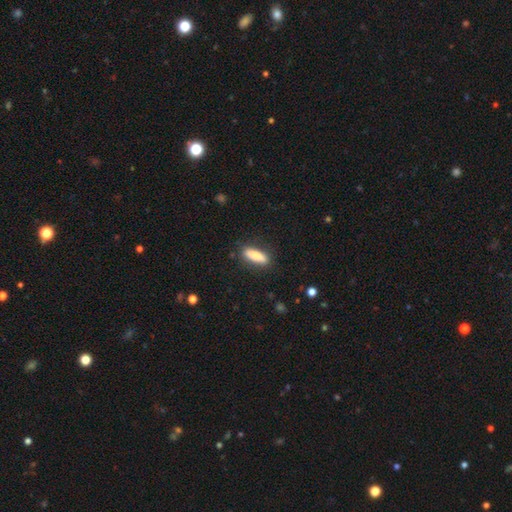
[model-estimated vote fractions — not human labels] Morphology: type=smooth (81%); roundness=cigar-shaped (55%); merging=none (85%).